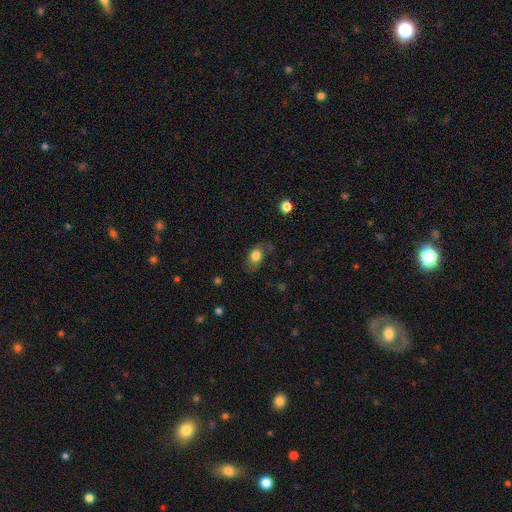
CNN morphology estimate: smooth-or-featured: smooth: 78% | featured or disk: 13% | star or artifact: 9%
  how-rounded: in between: 72% | round: 26% | cigar-shaped: 2%
  merging: none: 68% | minor disturbance: 23% | major disturbance: 8% | merger: 2%